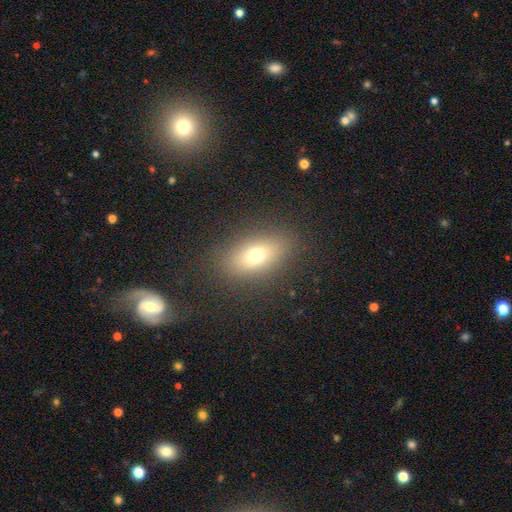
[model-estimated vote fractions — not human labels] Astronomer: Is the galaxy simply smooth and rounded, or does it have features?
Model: smooth — 69%.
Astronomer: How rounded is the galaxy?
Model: in between — 80%.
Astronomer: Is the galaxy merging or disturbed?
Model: none — 85%.